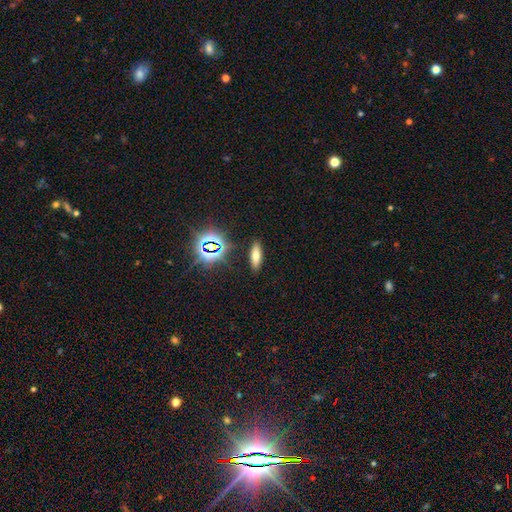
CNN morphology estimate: smooth-or-featured: smooth: 64% | star or artifact: 22% | featured or disk: 14%
  how-rounded: in between: 54% | cigar-shaped: 41% | round: 5%
  merging: none: 88% | minor disturbance: 8% | major disturbance: 3% | merger: 2%